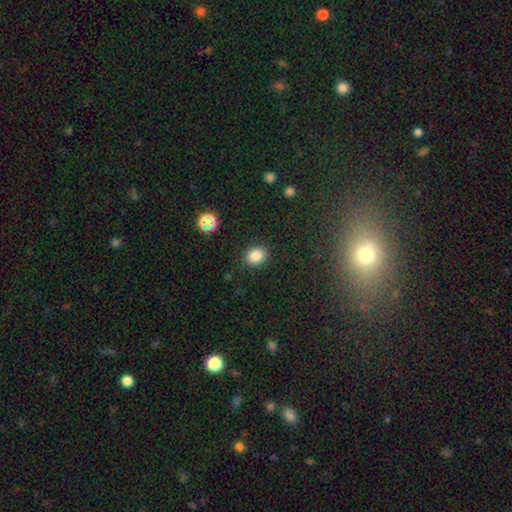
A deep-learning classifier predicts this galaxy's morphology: Smooth or featured? smooth (83%)
How rounded? round (52%)
Merging? none (86%)